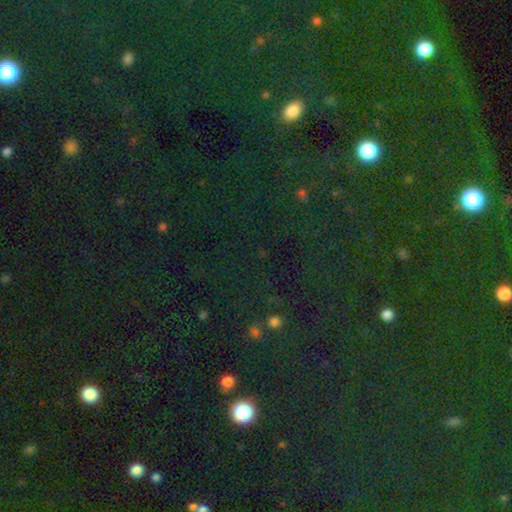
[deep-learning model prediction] smooth_or_featured: star or artifact (p=0.76) [alt: smooth p=0.17]